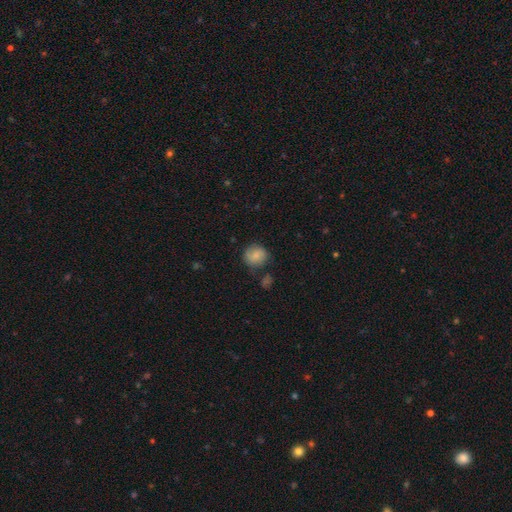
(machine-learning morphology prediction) Overall: smooth (81%). How rounded: round (80%). Merging: none (68%).